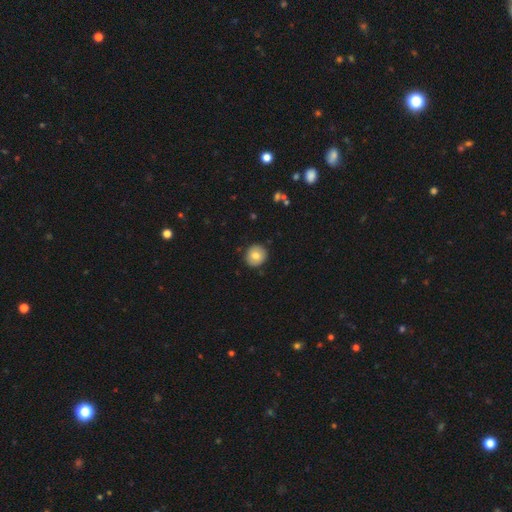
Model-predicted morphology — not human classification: This appears to be a smooth galaxy with no disk features (78%) that is round (90%). Merging: none (89%).